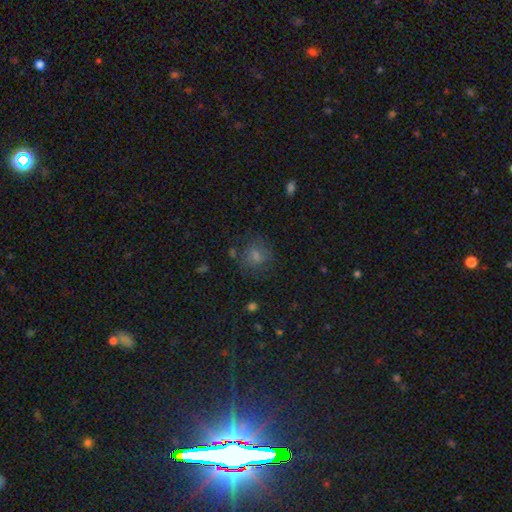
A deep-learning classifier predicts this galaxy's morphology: Smooth or featured? smooth (56%)
How rounded? round (84%)
Merging? none (74%)